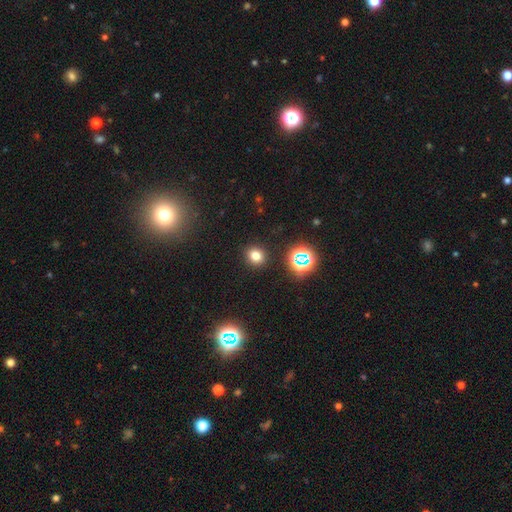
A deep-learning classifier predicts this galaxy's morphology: smooth-or-featured: smooth: 75% | star or artifact: 19% | featured or disk: 6%
  how-rounded: round: 76% | in between: 23% | cigar-shaped: 1%
  merging: none: 89% | minor disturbance: 6% | major disturbance: 3% | merger: 2%